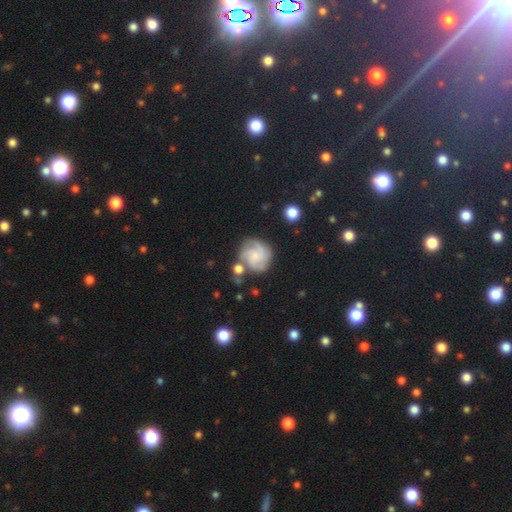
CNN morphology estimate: The model was most divided on "spiral winding": tight: 47%, medium: 40%, loose: 13%. Remaining: edge-on disk — no (98%); spiral arms — yes (93%); bar — no (71%); smooth or featured — featured or disk (67%); merging — none (62%); bulge size — small (54%); spiral arm count — 3 (43%).